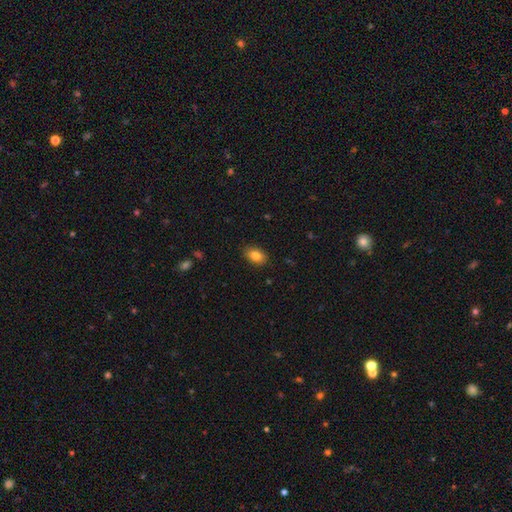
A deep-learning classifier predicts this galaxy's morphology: Q: Smooth or featured?
A: smooth (83%); runner-up: star or artifact (8%)
Q: How rounded?
A: in between (83%); runner-up: round (16%)
Q: Merging?
A: none (88%); runner-up: minor disturbance (9%)